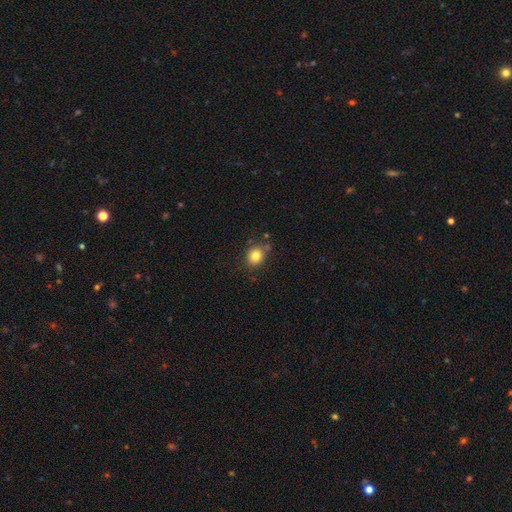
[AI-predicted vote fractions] smooth 82%, star or artifact 11%, featured or disk 7%. Down the decision tree: how rounded — round (70%); merging — none (75%).